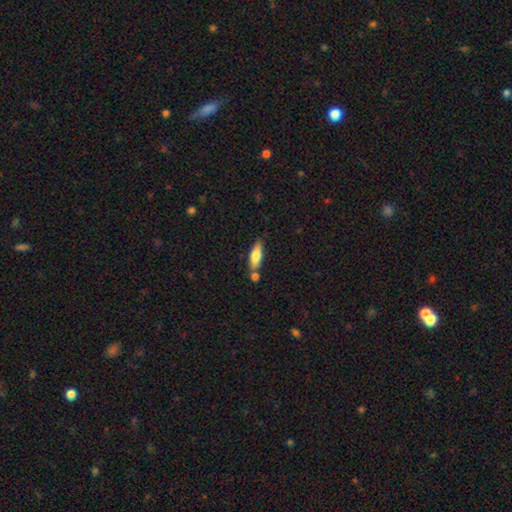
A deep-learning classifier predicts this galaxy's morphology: smooth-or-featured: smooth: 72% | featured or disk: 21% | star or artifact: 6%
  how-rounded: in between: 58% | cigar-shaped: 40% | round: 2%
  merging: none: 61% | merger: 19% | minor disturbance: 16% | major disturbance: 4%